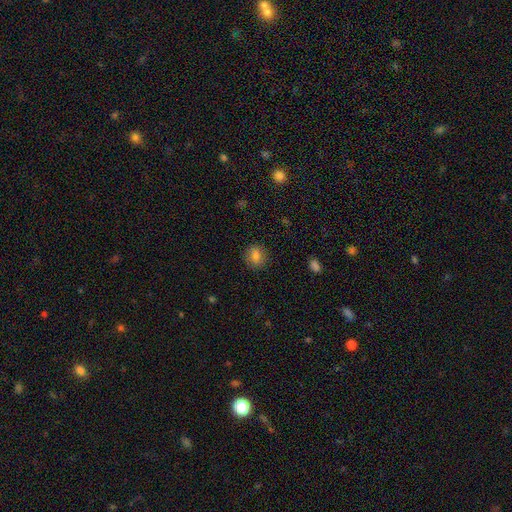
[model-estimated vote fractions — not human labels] smooth_or_featured: smooth (p=0.80) [alt: star or artifact p=0.10]
how_rounded: round (p=0.73) [alt: in between p=0.26]
merging: none (p=0.88) [alt: minor disturbance p=0.08]